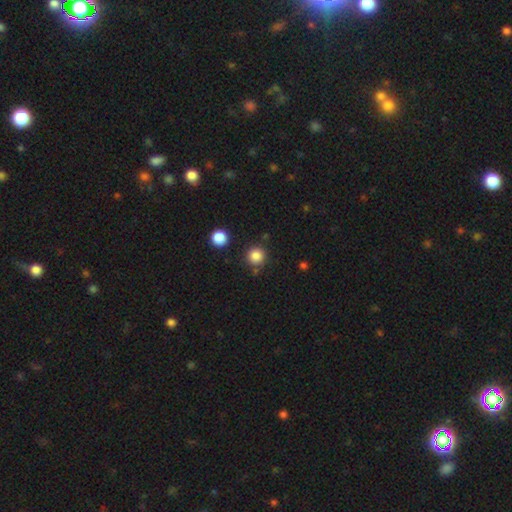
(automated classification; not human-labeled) The model was most divided on "smooth or featured": smooth: 84%, star or artifact: 12%, featured or disk: 4%. More confident: how rounded — round (95%); merging — none (84%).